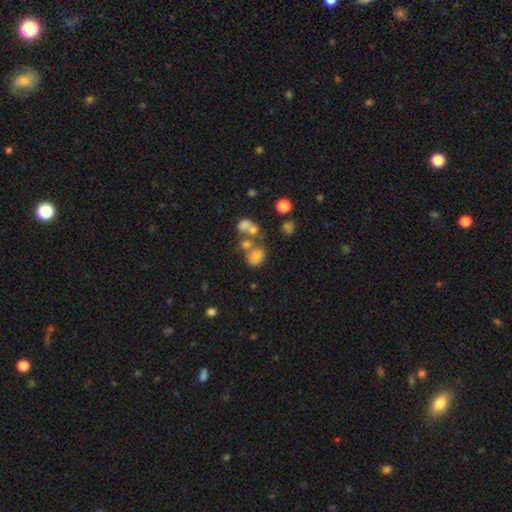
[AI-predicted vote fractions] Smooth or featured: smooth — 66% (featured or disk — 19%)
How rounded: in between — 59% (round — 40%)
Merging: merger — 43% (none — 32%)